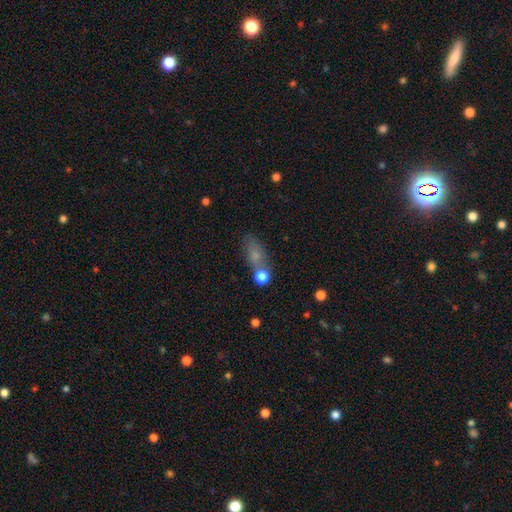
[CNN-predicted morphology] The model was most divided on "merging": none: 62%, minor disturbance: 17%, merger: 14%, major disturbance: 7%. More confident: how rounded — in between (73%); smooth or featured — smooth (69%).